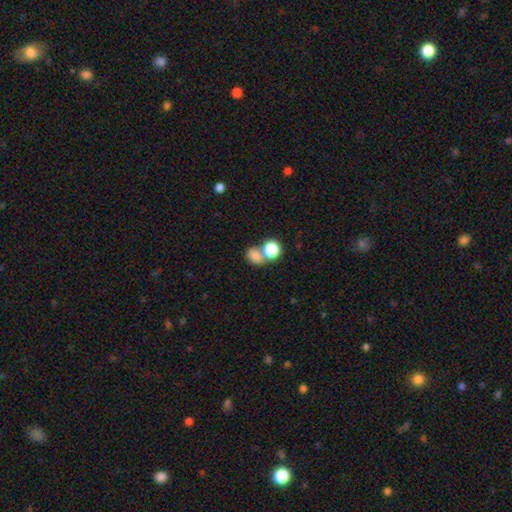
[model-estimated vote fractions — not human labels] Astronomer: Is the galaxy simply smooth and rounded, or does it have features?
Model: smooth — 78%.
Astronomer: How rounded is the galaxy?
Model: in between — 59% (runner-up: round, 39%).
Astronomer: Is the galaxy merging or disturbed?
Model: merger — 45% (runner-up: none, 39%).